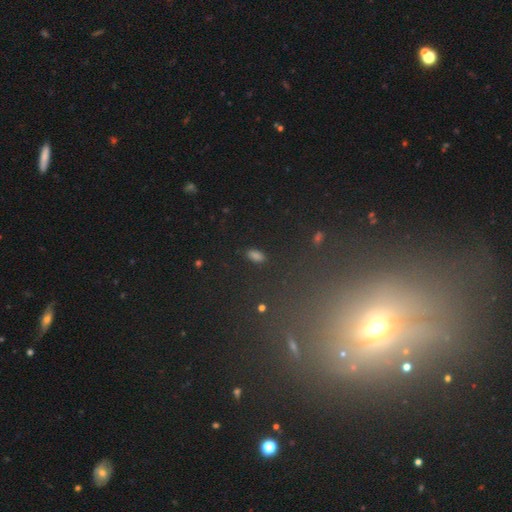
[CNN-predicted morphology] Smooth or featured? star or artifact (53%)